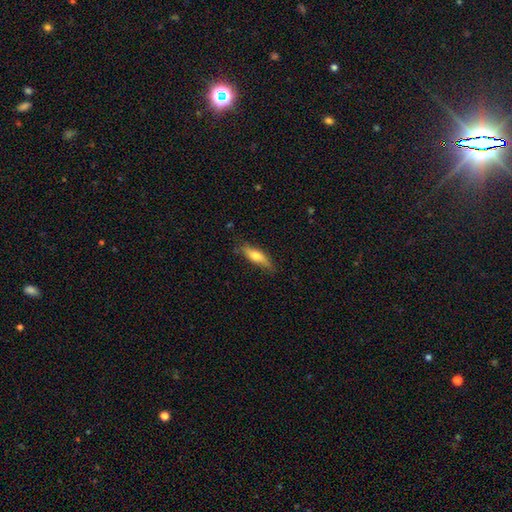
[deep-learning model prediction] Q: Smooth or featured?
A: smooth (58%); runner-up: featured or disk (36%)
Q: How rounded?
A: cigar-shaped (61%); runner-up: in between (37%)
Q: Merging?
A: none (74%); runner-up: minor disturbance (21%)